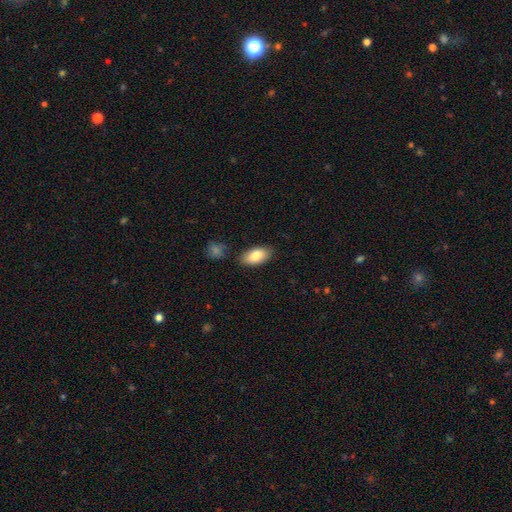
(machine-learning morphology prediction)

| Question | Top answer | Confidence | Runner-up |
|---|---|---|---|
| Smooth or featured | smooth | 83% | featured or disk (11%) |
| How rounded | in between | 93% | round (3%) |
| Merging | none | 82% | minor disturbance (12%) |